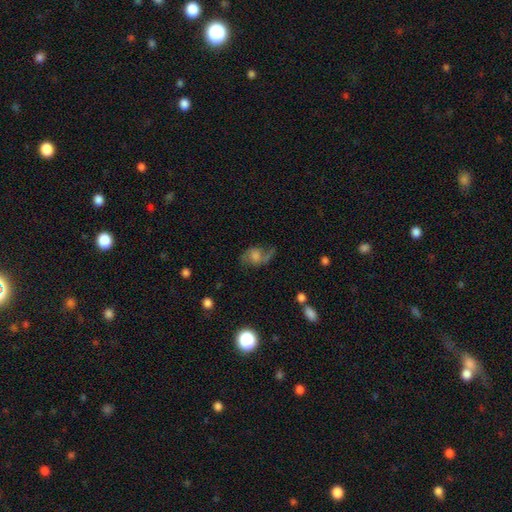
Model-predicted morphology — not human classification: smooth-or-featured: featured or disk: 63% | smooth: 24% | star or artifact: 13%
  disk-edge-on: no: 96% | yes: 4%
    bar: no: 59% | weak: 34% | strong: 7%
    has-spiral-arms: yes: 89% | no: 11%
      spiral-winding: loose: 58% | medium: 33% | tight: 9%
      spiral-arm-count: 2: 78% | 1: 13% | can't tell: 6% | 3: 1% | 4: 1% | more than 4: 1%
    bulge-size: moderate: 42% | small: 31% | large: 12% | none: 11% | dominant: 3%
  merging: none: 57% | minor disturbance: 21% | major disturbance: 19% | merger: 3%